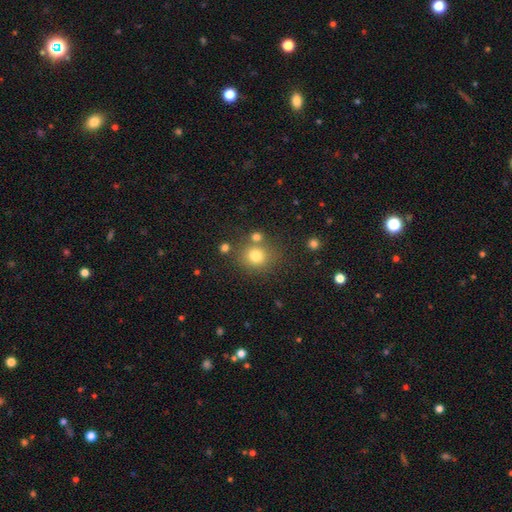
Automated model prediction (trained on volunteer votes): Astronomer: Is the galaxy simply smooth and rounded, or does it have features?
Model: smooth — 78%.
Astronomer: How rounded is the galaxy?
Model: round — 85%.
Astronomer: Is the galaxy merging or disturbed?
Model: none — 74%.